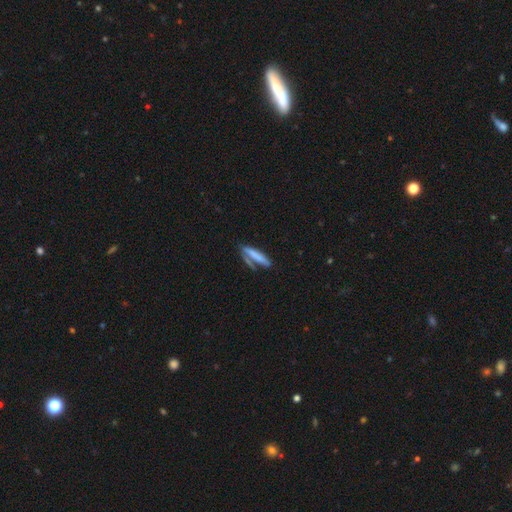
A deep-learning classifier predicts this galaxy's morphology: smooth-or-featured: smooth: 71% | featured or disk: 21% | star or artifact: 7%
  how-rounded: cigar-shaped: 81% | in between: 17% | round: 2%
  merging: none: 52% | merger: 25% | minor disturbance: 15% | major disturbance: 8%